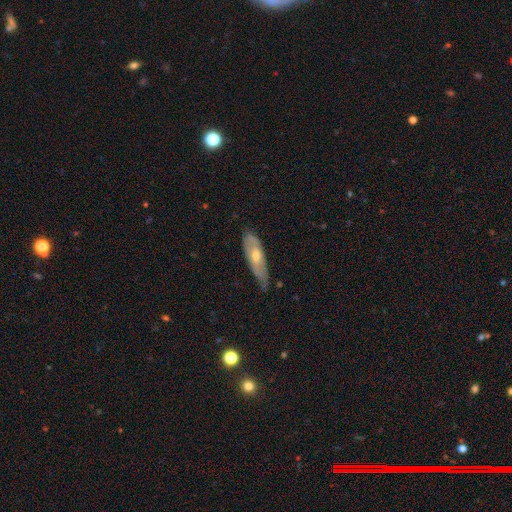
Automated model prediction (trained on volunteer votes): Q: Smooth or featured?
A: featured or disk (51%); runner-up: smooth (43%)
Q: Edge-on disk?
A: no (62%); runner-up: yes (38%)
Q: Merging?
A: none (63%); runner-up: minor disturbance (30%)